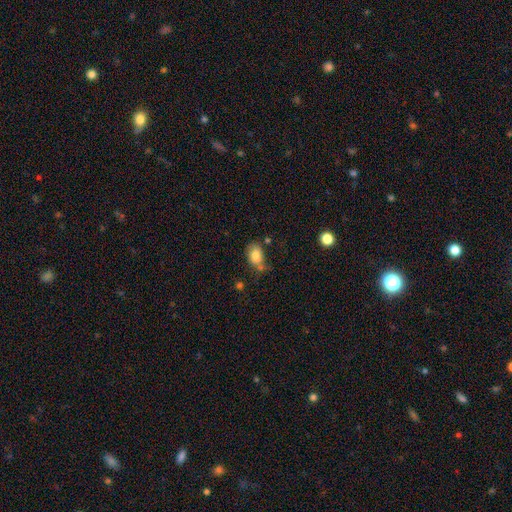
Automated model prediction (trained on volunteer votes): smooth 79%, featured or disk 12%, star or artifact 9%. Down the decision tree: how rounded — in between (79%); merging — none (49%).